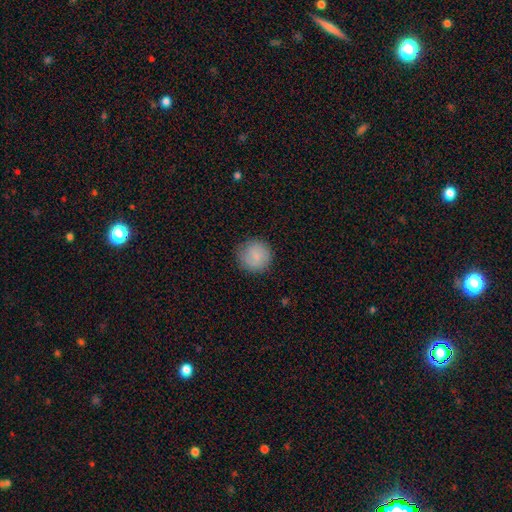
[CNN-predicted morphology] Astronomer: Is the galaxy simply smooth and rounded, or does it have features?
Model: smooth — 86%.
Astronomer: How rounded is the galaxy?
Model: round — 94%.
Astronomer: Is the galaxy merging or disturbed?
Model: none — 85%.